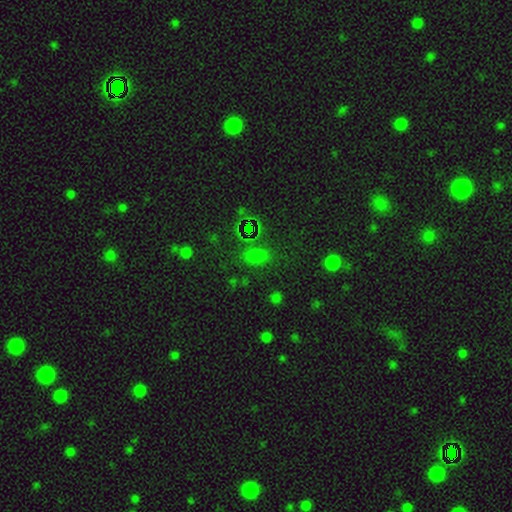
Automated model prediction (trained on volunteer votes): Q: Smooth or featured?
A: smooth (52%); runner-up: star or artifact (40%)
Q: How rounded?
A: in between (70%); runner-up: round (24%)
Q: Merging?
A: none (72%); runner-up: minor disturbance (15%)